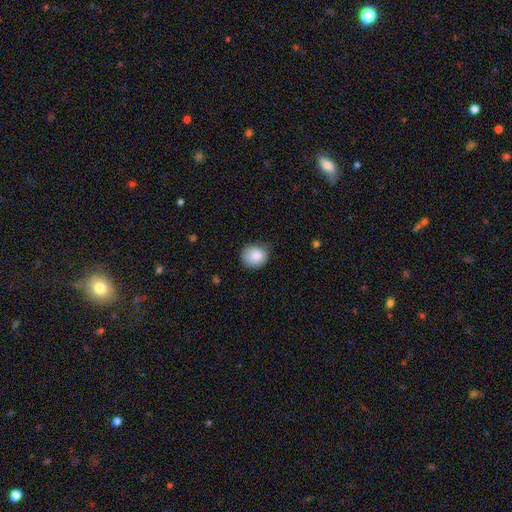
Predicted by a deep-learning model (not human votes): Smooth or featured?
  - smooth: 85% *
  - star or artifact: 8%
  - featured or disk: 7%
How rounded?
  - round: 74% *
  - in between: 25%
  - cigar-shaped: 1%
Merging?
  - none: 72% *
  - minor disturbance: 23%
  - major disturbance: 4%
  - merger: 1%